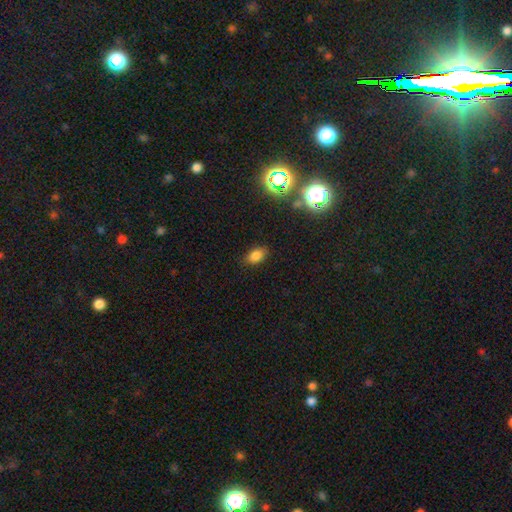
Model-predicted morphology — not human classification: Smooth or featured?
  - smooth: 78% *
  - star or artifact: 16%
  - featured or disk: 6%
How rounded?
  - in between: 86% *
  - round: 12%
  - cigar-shaped: 2%
Merging?
  - none: 84% *
  - minor disturbance: 12%
  - major disturbance: 3%
  - merger: 1%